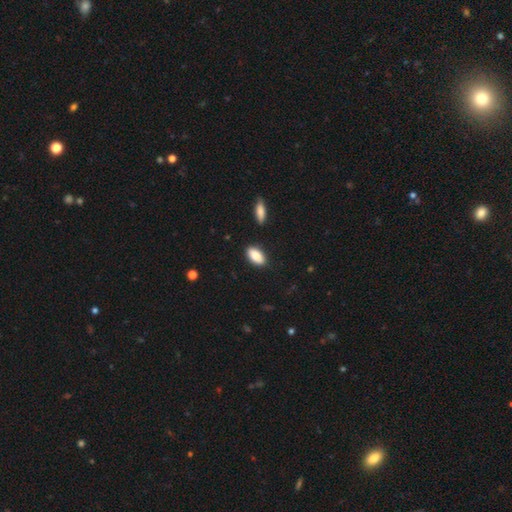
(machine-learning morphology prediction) smooth 84%, featured or disk 10%, star or artifact 6%. Down the decision tree: how rounded — in between (90%); merging — none (87%).